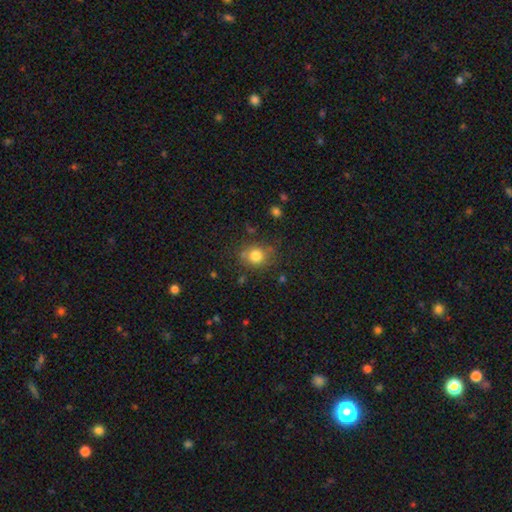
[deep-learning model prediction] smooth 79%, star or artifact 12%, featured or disk 9%. Down the decision tree: how rounded — round (69%); merging — none (71%).